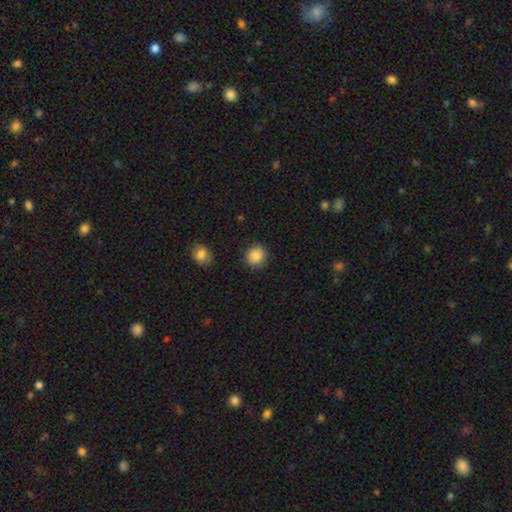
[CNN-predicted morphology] The model was most divided on "merging": none: 86%, minor disturbance: 9%, major disturbance: 3%, merger: 2%. More confident: how rounded — round (89%); smooth or featured — smooth (88%).